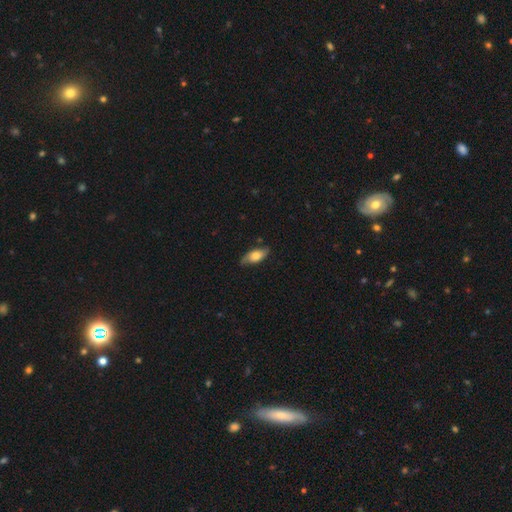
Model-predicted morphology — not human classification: Smooth or featured? Predicted: smooth (p=0.63). How rounded? Predicted: in between (p=0.84). Merging? Predicted: none (p=0.74).